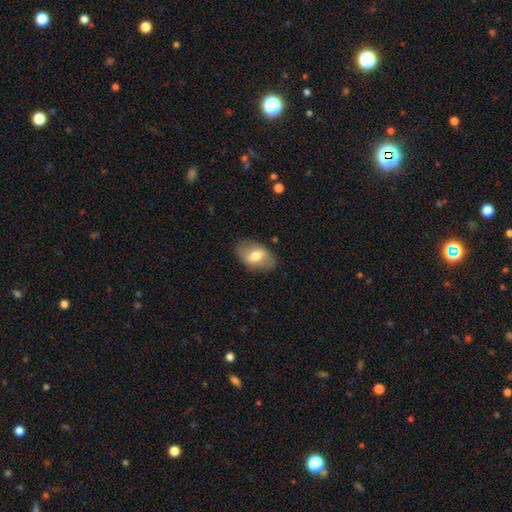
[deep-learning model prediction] Smooth or featured: smooth — 59% (featured or disk — 34%)
How rounded: in between — 89% (round — 9%)
Merging: none — 81% (minor disturbance — 14%)